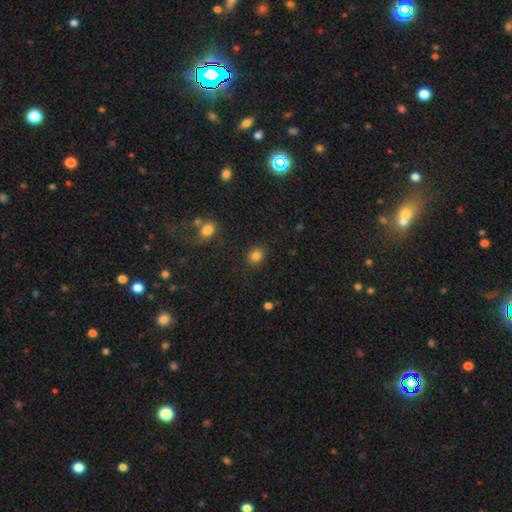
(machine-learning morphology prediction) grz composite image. It shows a smooth galaxy with no disk features (84%) that is round (60%). Merging: none (86%).